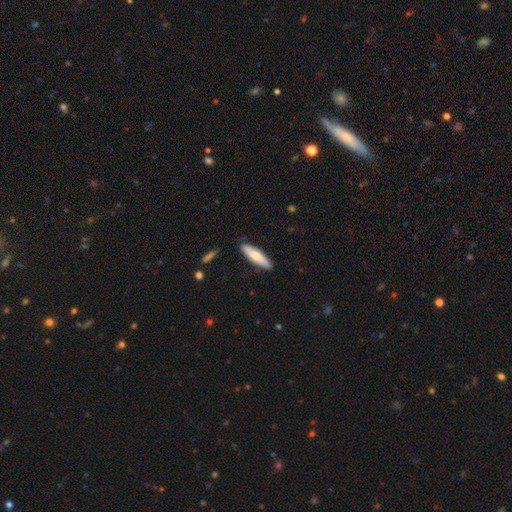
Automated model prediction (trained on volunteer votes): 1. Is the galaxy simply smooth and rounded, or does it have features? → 68% smooth, 27% featured or disk, 5% star or artifact.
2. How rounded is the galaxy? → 68% cigar-shaped, 31% in between, 2% round.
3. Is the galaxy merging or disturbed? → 88% none, 9% minor disturbance, 2% major disturbance, 1% merger.